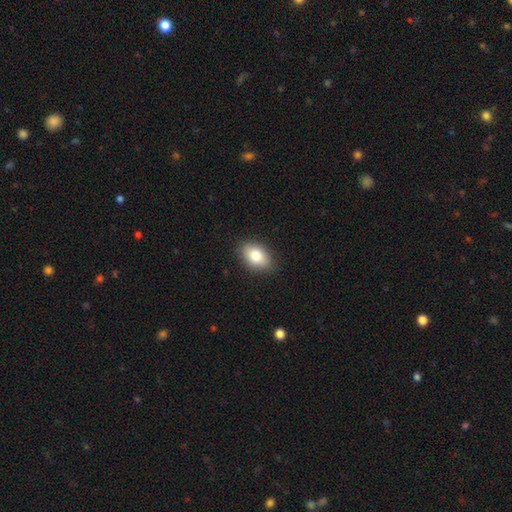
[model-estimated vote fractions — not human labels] A smooth galaxy with no disk features (81%) that is in between round and cigar-shaped (86%). Merging: none (87%).